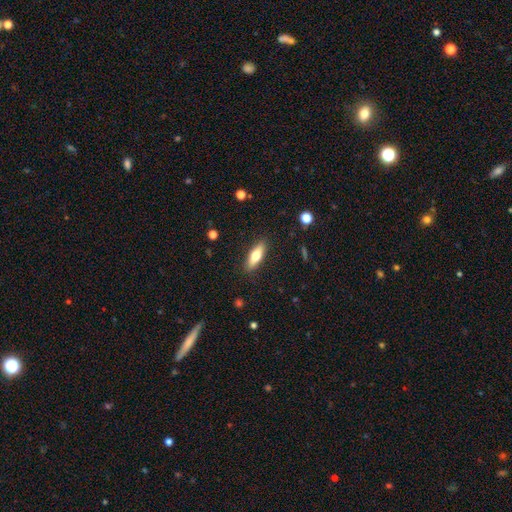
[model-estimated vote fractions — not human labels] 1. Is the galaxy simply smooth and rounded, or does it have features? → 65% smooth, 28% featured or disk, 6% star or artifact.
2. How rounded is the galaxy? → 54% in between, 44% cigar-shaped, 3% round.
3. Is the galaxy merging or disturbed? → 88% none, 8% minor disturbance, 2% major disturbance, 1% merger.